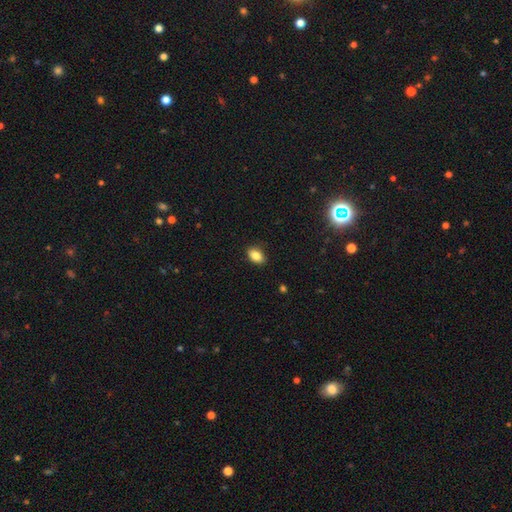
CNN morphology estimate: Smooth or featured? Predicted: smooth (p=0.85). How rounded? Predicted: in between (p=0.86). Merging? Predicted: none (p=0.85).